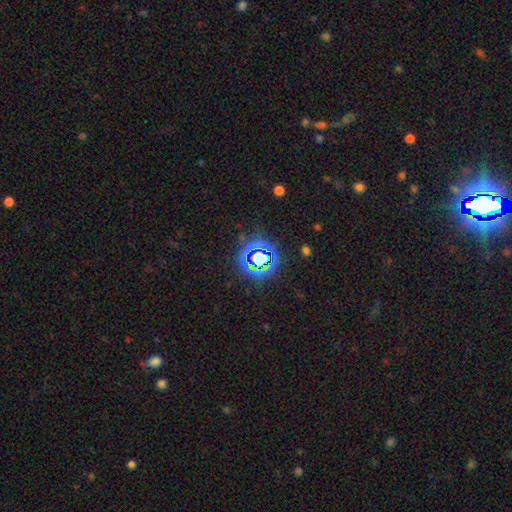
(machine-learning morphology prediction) Smooth or featured? star or artifact (71%)